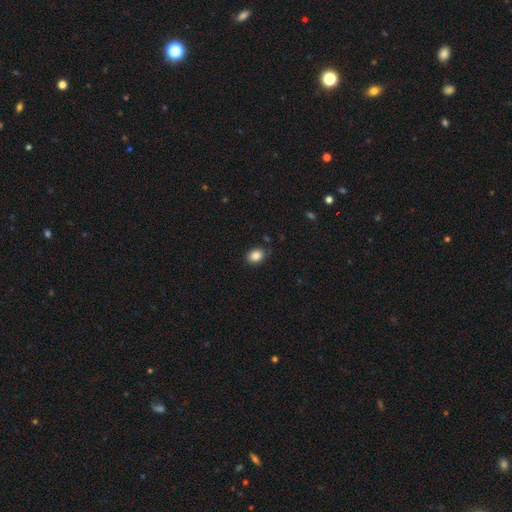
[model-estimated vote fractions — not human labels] Smooth or featured: smooth — 86% (star or artifact — 9%)
How rounded: in between — 62% (round — 37%)
Merging: none — 85% (minor disturbance — 12%)